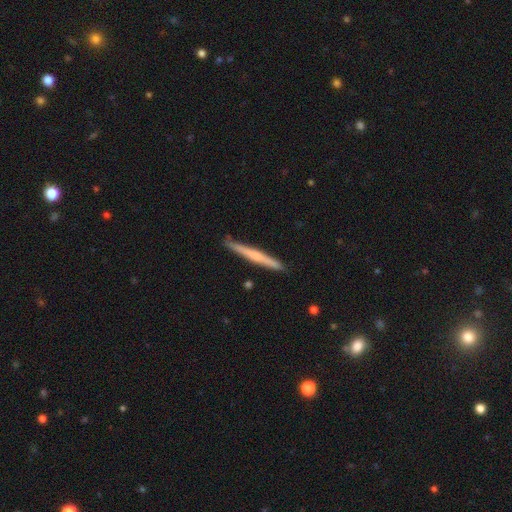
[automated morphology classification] This appears to be a smooth galaxy with no disk features (48%). Merging: none (88%).